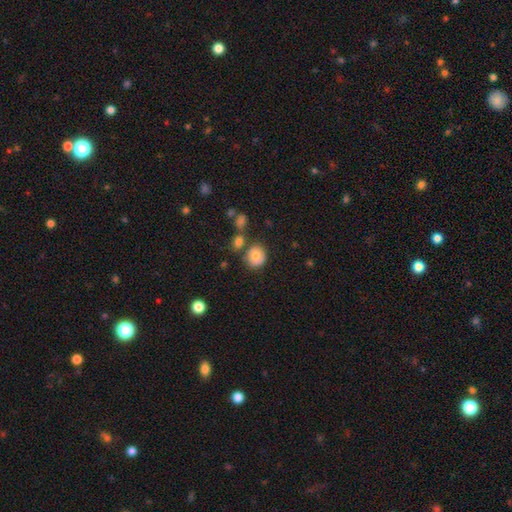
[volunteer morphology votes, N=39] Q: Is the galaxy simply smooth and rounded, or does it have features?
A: smooth — 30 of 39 (77%).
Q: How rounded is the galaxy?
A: round — 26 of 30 (87%).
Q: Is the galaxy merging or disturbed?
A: none — 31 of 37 (84%).